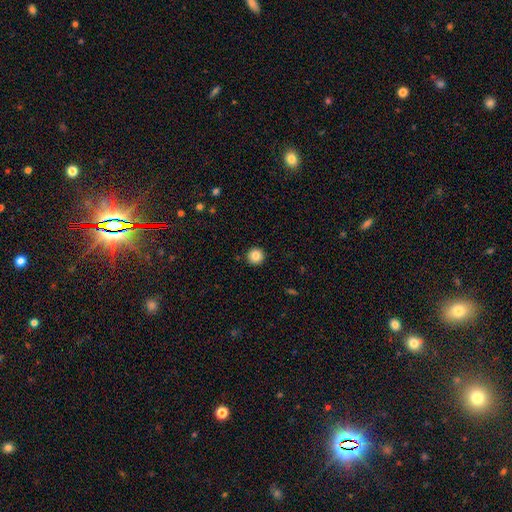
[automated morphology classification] Smooth or featured: smooth — 85% (star or artifact — 10%)
How rounded: round — 95% (in between — 4%)
Merging: none — 93% (minor disturbance — 5%)